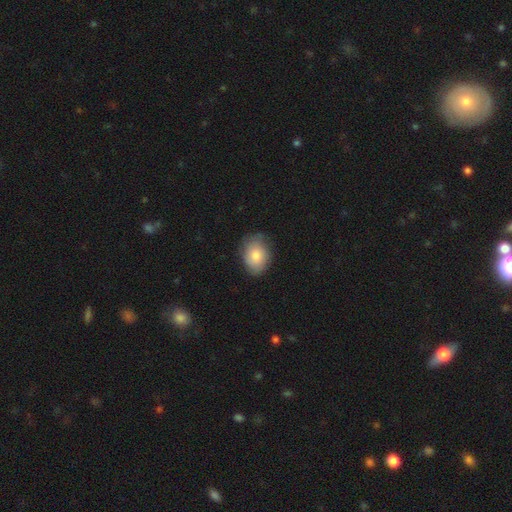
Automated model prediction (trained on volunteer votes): smooth-or-featured: smooth: 79% | featured or disk: 15% | star or artifact: 7%
  how-rounded: in between: 65% | round: 35% | cigar-shaped: 1%
  merging: none: 74% | minor disturbance: 21% | major disturbance: 4% | merger: 1%